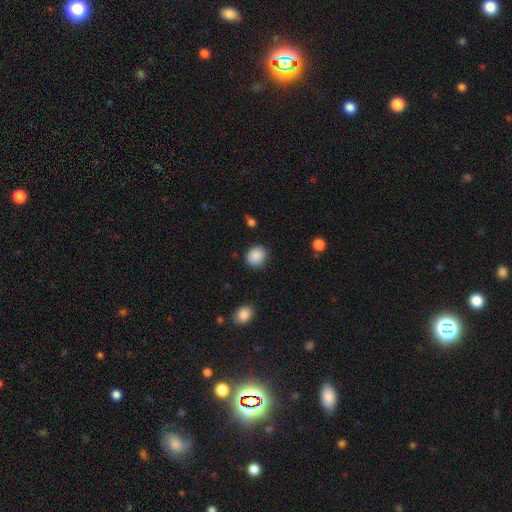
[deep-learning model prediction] smooth 88%, star or artifact 8%, featured or disk 4%. Down the decision tree: how rounded — round (71%); merging — none (87%).